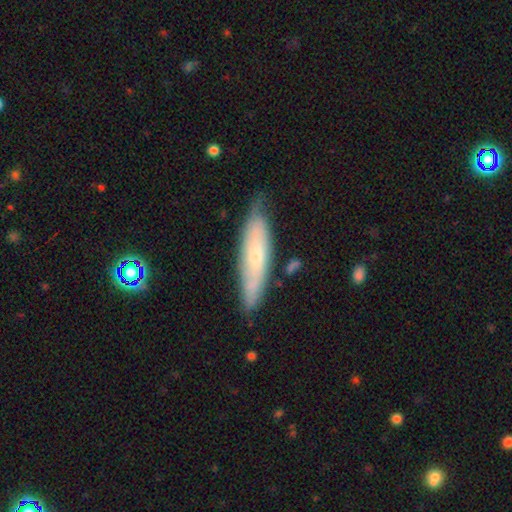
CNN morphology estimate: This is possibly a featured or disk galaxy (47%). Merging: likely none (70%).